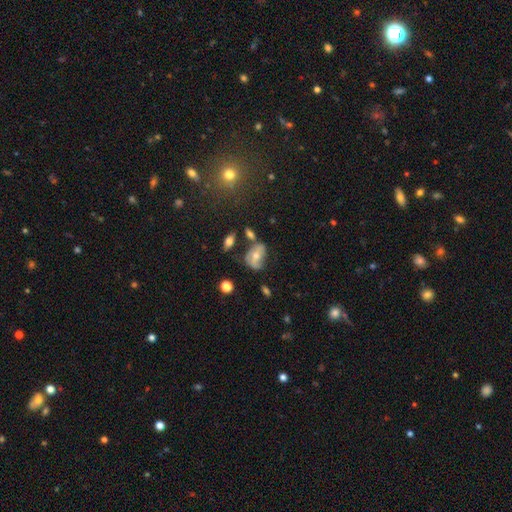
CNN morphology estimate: Smooth or featured? Predicted: featured or disk (p=0.48). Merging? Predicted: none (p=0.49).